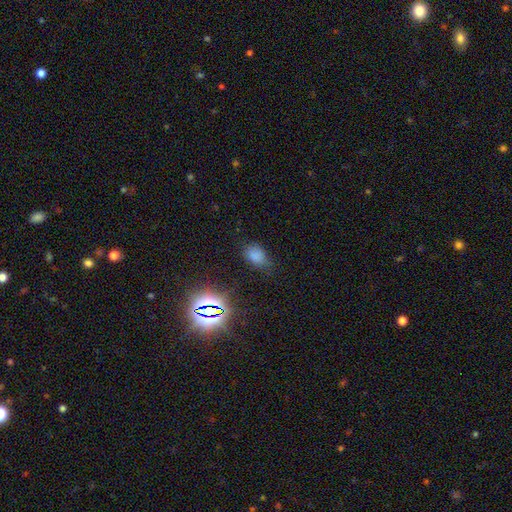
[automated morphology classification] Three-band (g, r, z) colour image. It shows a smooth galaxy with no disk features (72%) that is in between round and cigar-shaped (82%). Merging: none (68%).